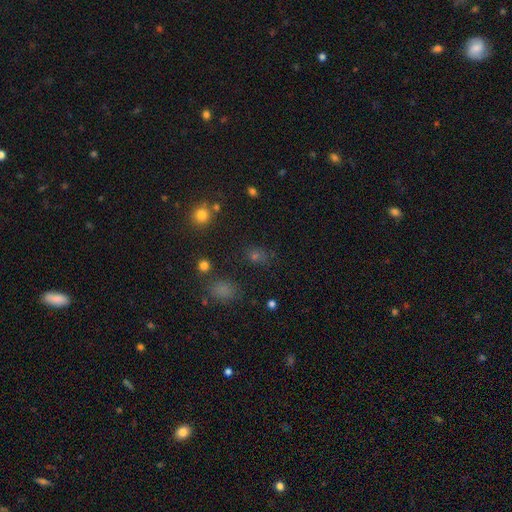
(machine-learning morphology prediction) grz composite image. It shows a smooth galaxy with no disk features (53%) that is round (51%). Merging: none (77%).